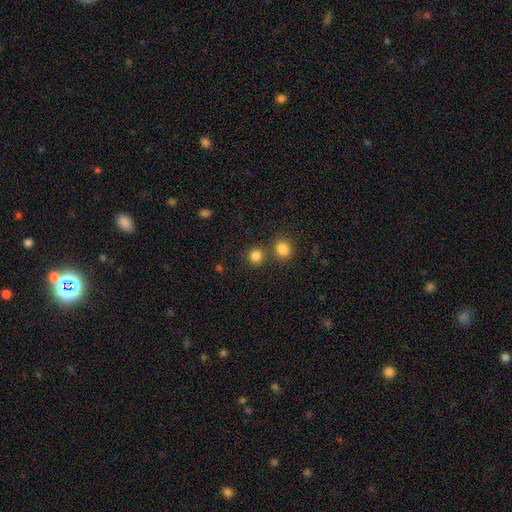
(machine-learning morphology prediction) Overall: smooth (83%). How rounded: round (88%). Merging: none (71%).